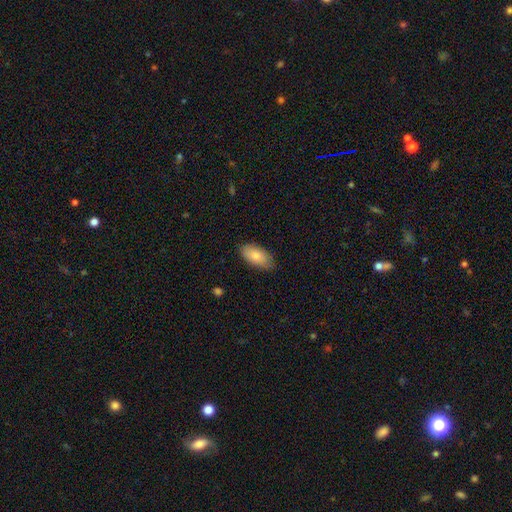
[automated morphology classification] smooth_or_featured: smooth (p=0.82) [alt: featured or disk p=0.11]
how_rounded: in between (p=0.93) [alt: cigar-shaped p=0.04]
merging: none (p=0.84) [alt: minor disturbance p=0.13]